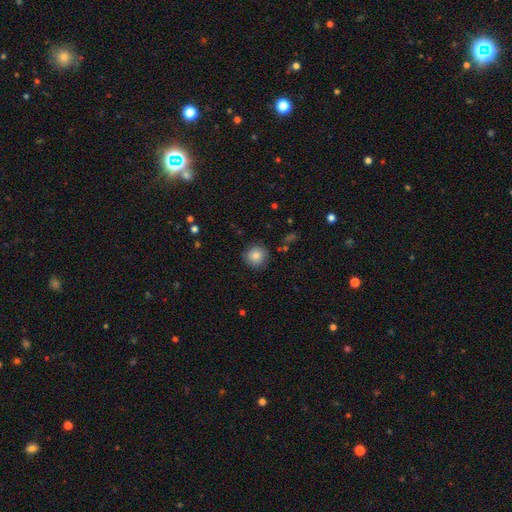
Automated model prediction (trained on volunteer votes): smooth-or-featured: smooth: 81% | featured or disk: 10% | star or artifact: 9%
  how-rounded: round: 93% | in between: 6% | cigar-shaped: 1%
  merging: none: 85% | minor disturbance: 11% | major disturbance: 3% | merger: 1%